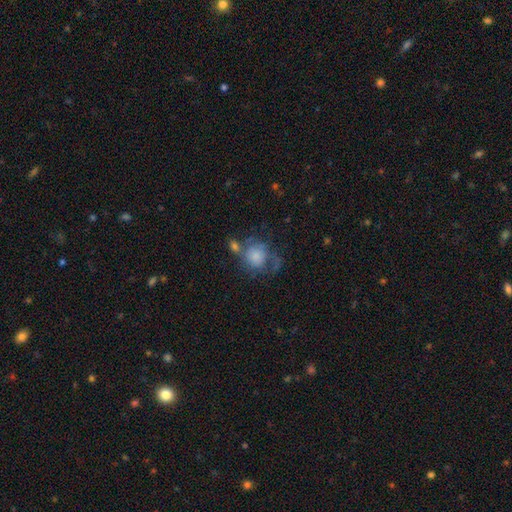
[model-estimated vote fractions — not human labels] Q: Smooth or featured?
A: smooth (61%); runner-up: featured or disk (31%)
Q: How rounded?
A: round (76%); runner-up: in between (22%)
Q: Merging?
A: none (34%); runner-up: major disturbance (27%)